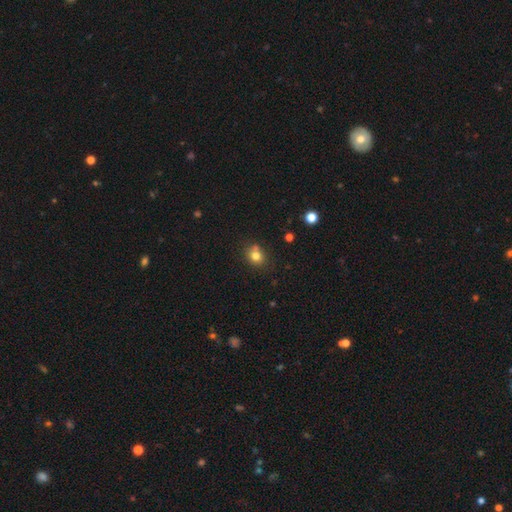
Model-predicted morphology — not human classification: The model was most divided on "how rounded": round: 70%, in between: 29%, cigar-shaped: 1%. More confident: smooth or featured — smooth (79%); merging — none (68%).